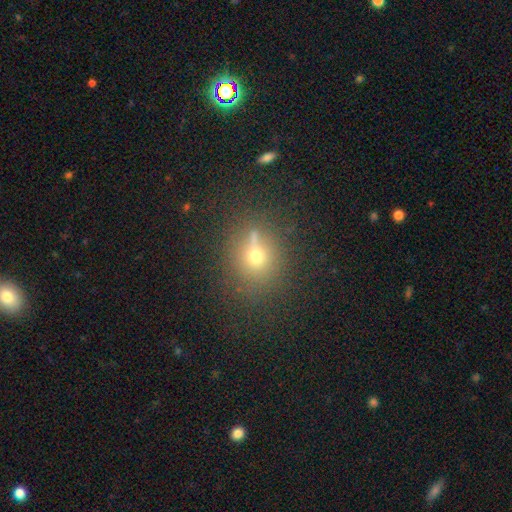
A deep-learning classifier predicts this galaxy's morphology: smooth 59%, star or artifact 22%, featured or disk 19%. Down the decision tree: how rounded — round (74%); merging — none (61%).